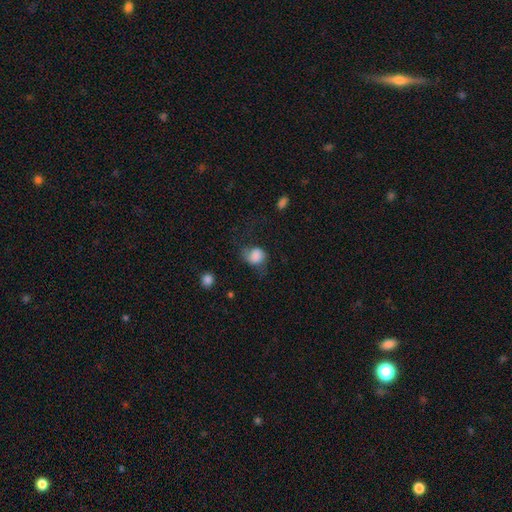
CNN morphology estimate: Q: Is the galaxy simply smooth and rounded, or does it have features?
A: smooth — 74%.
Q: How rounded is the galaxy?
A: round — 60%.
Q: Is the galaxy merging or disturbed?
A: none — 40%.